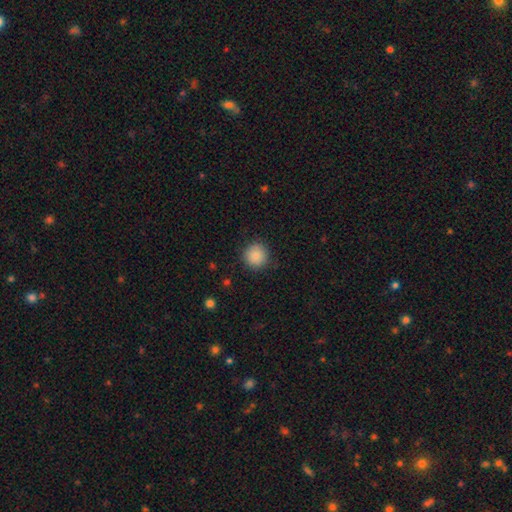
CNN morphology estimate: Smooth or featured: smooth — 87% (star or artifact — 9%)
How rounded: round — 93% (in between — 6%)
Merging: none — 88% (minor disturbance — 8%)